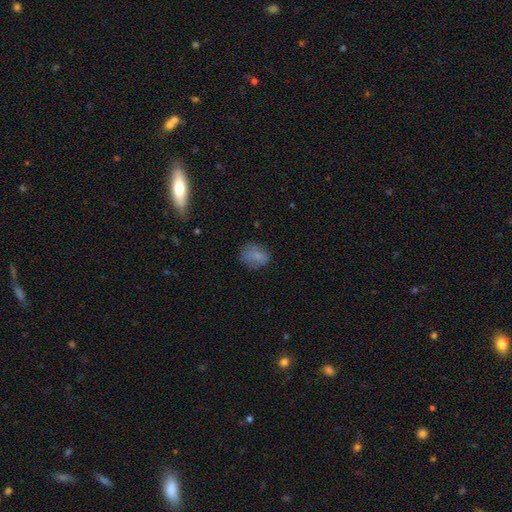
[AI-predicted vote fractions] Smooth or featured?
  - smooth: 77% *
  - featured or disk: 12%
  - star or artifact: 11%
How rounded?
  - in between: 50% *
  - round: 49%
  - cigar-shaped: 1%
Merging?
  - none: 68% *
  - minor disturbance: 21%
  - major disturbance: 8%
  - merger: 2%